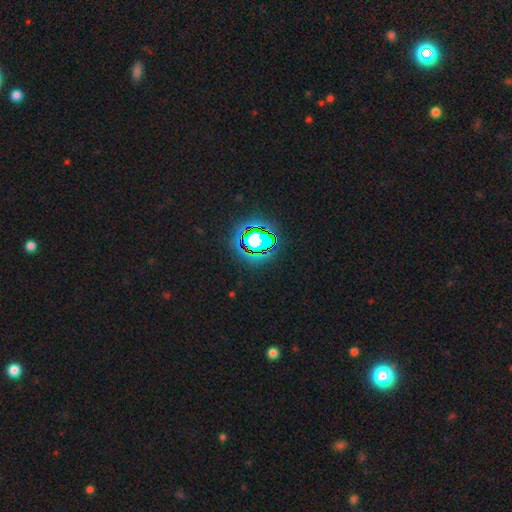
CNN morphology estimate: Overall: star or artifact (80%).